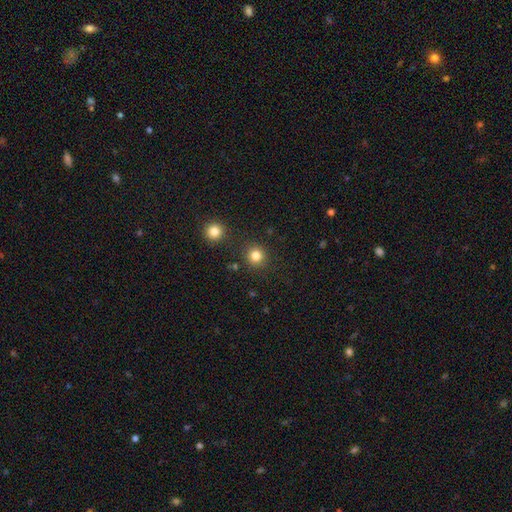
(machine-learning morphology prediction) A smooth galaxy with no disk features (82%) that is round (92%). Merging: none (88%).